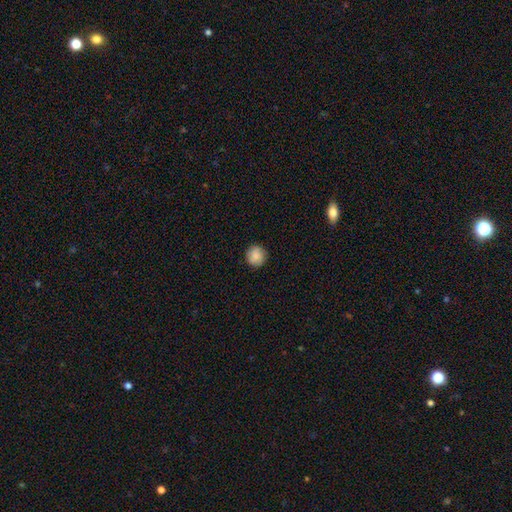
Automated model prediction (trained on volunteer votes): Smooth or featured? smooth (85%)
How rounded? round (92%)
Merging? none (89%)